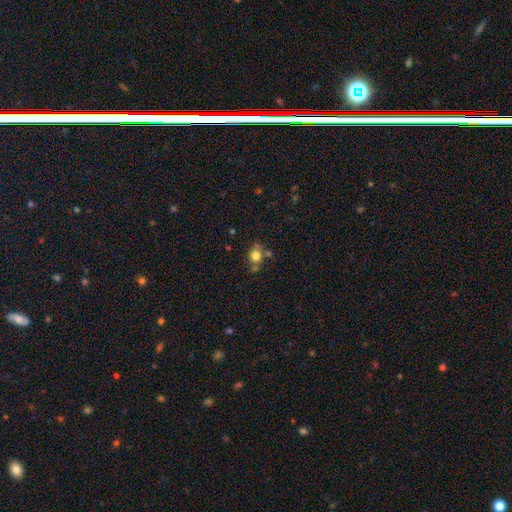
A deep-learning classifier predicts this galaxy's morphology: A smooth galaxy with no disk features (75%) that is round (68%).

Vote fractions:
- Smooth or featured? smooth: 75% / star or artifact: 13% / featured or disk: 12%
- How rounded? round: 68% / in between: 30% / cigar-shaped: 1%
- Merging? none: 57% / merger: 19% / minor disturbance: 17% / major disturbance: 6%